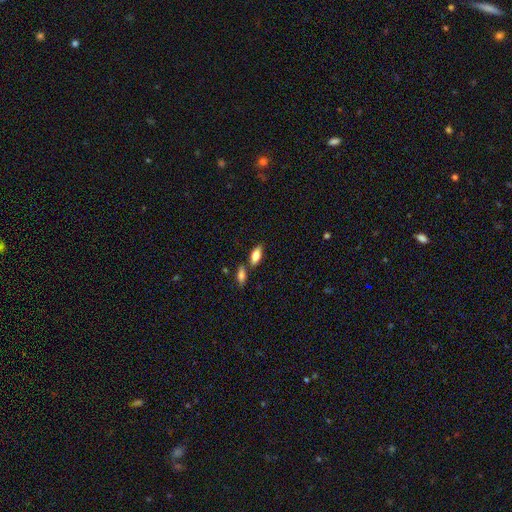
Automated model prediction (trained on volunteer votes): Smooth or featured? smooth (79%)
How rounded? in between (85%)
Merging? none (69%)